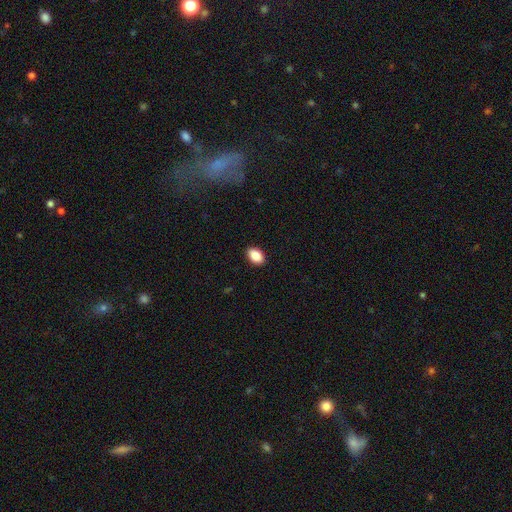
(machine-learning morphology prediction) The model was most divided on "how rounded": in between: 87%, round: 12%, cigar-shaped: 1%. More confident: merging — none (90%); smooth or featured — smooth (88%).